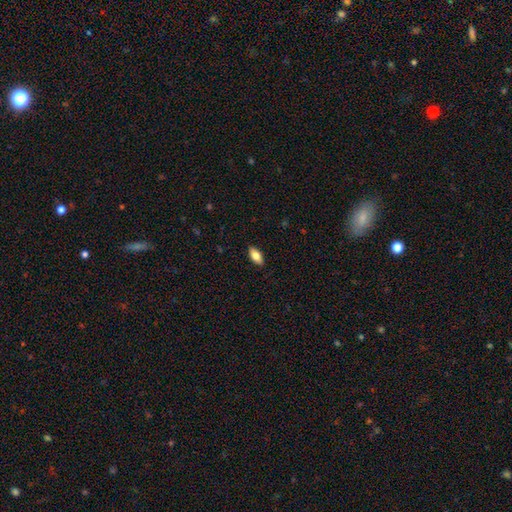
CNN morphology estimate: type=smooth (79%); roundness=in between (87%); merging=none (88%).